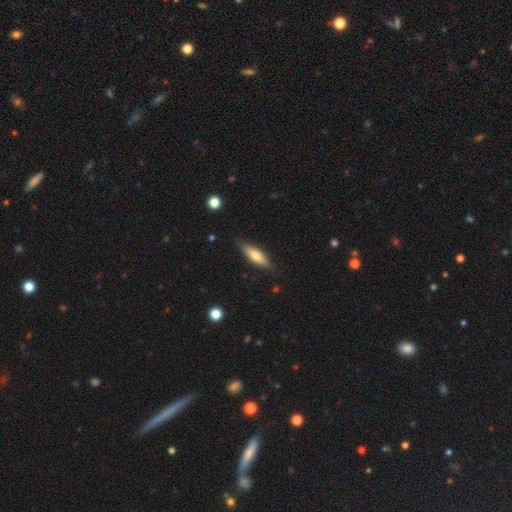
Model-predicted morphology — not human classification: The model was most divided on "smooth or featured": smooth: 57%, featured or disk: 37%, star or artifact: 6%. More confident: merging — none (84%); how rounded — cigar-shaped (63%).